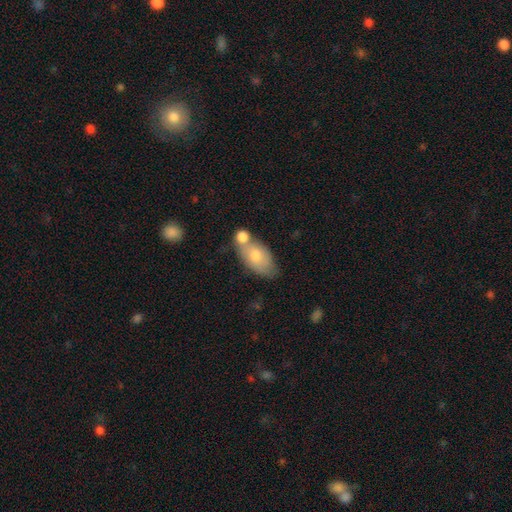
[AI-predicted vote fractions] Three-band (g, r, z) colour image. It shows a smooth galaxy with no disk features (74%) that is in between round and cigar-shaped (91%). Merging: none (39%).